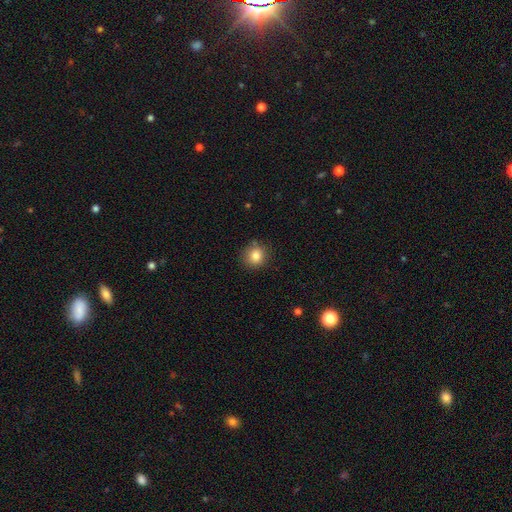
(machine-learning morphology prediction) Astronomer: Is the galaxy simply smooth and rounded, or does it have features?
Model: smooth — 83%.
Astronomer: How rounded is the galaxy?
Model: round — 88%.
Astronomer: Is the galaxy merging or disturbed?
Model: none — 85%.